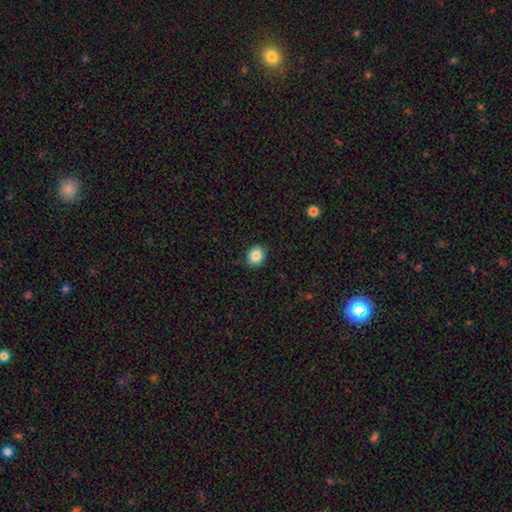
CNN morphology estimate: Overall: smooth (86%). How rounded: round (67%; in between 33%). Merging: none (87%).